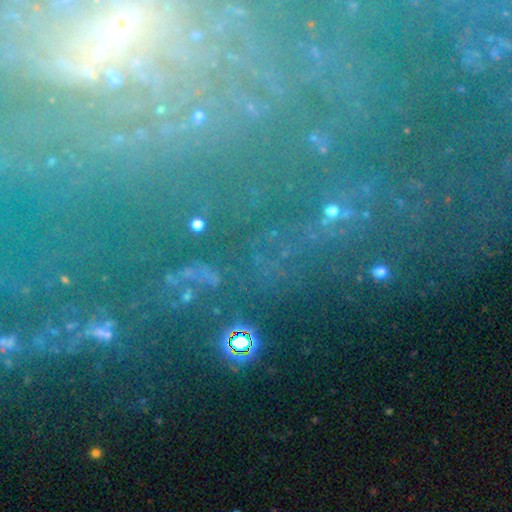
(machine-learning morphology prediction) star or artifact 61%, featured or disk 23%, smooth 17%.